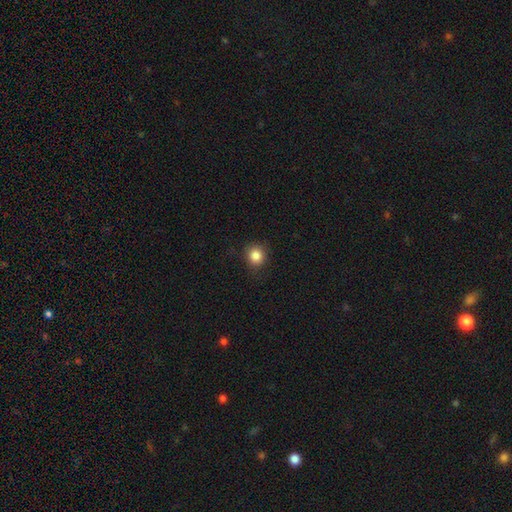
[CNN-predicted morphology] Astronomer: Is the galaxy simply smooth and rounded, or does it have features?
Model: smooth — 85%.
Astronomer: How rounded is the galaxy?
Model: round — 87%.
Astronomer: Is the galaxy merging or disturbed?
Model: none — 87%.